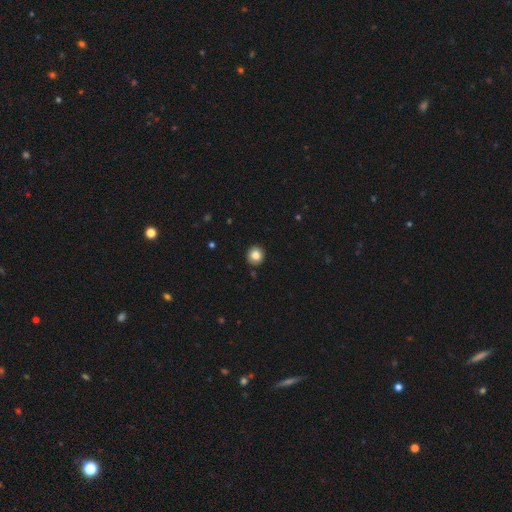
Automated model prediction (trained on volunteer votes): Smooth or featured? smooth (82%)
How rounded? round (92%)
Merging? none (91%)